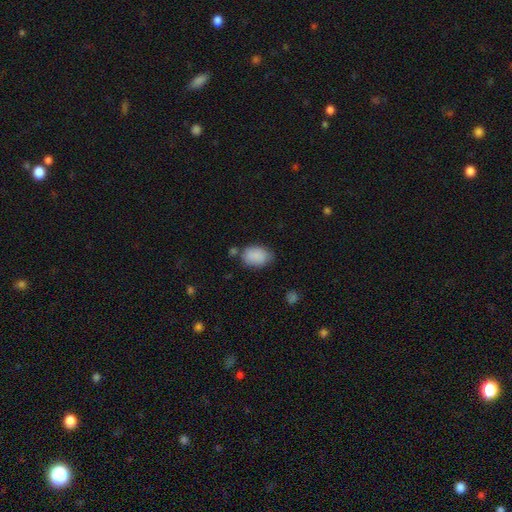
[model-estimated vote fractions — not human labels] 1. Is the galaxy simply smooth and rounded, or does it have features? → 87% smooth, 7% star or artifact, 5% featured or disk.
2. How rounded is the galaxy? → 78% in between, 21% round, 1% cigar-shaped.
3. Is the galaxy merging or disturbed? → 62% none, 25% minor disturbance, 6% major disturbance, 6% merger.